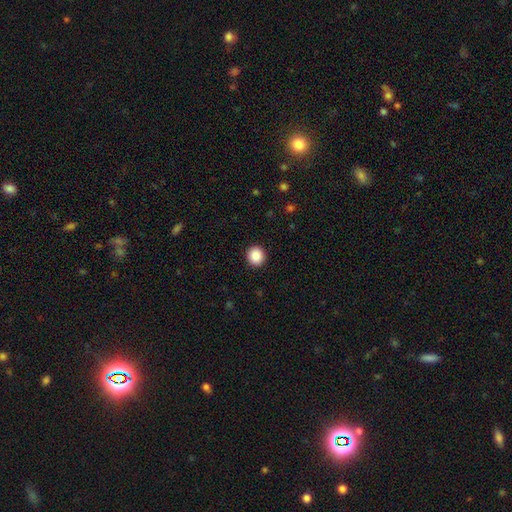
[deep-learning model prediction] Overall: smooth (88%). How rounded: round (87%). Merging: none (93%).